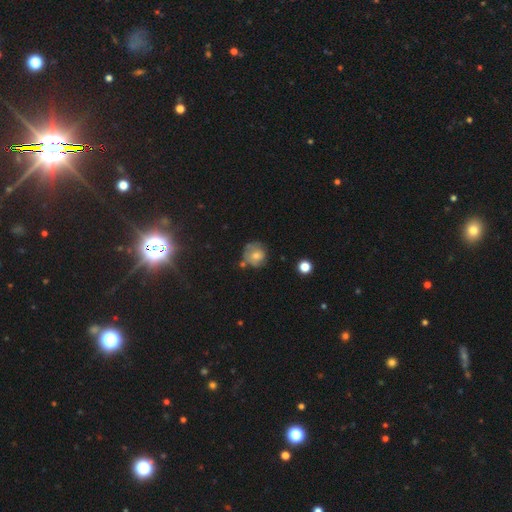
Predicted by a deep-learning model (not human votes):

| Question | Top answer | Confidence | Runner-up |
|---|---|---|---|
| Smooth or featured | smooth | 63% | featured or disk (26%) |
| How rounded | round | 87% | in between (12%) |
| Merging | none | 61% | minor disturbance (23%) |